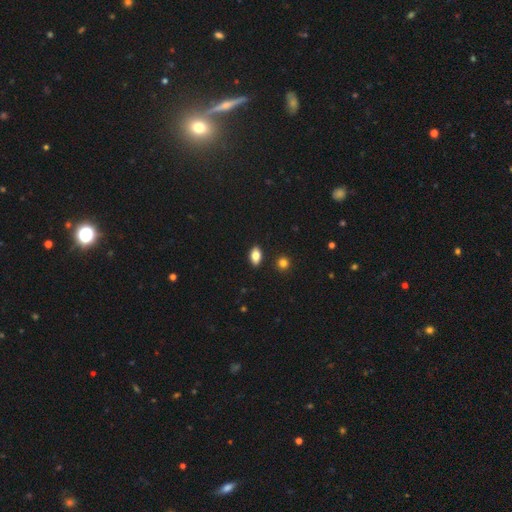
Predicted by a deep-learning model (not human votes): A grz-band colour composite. It shows a smooth galaxy with no disk features (82%) that is in between round and cigar-shaped (90%). Merging: none (88%).